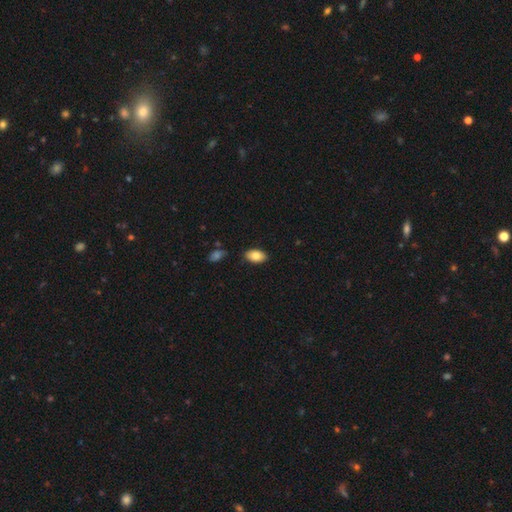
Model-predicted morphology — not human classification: type=smooth (83%); roundness=in between (93%); merging=none (84%).